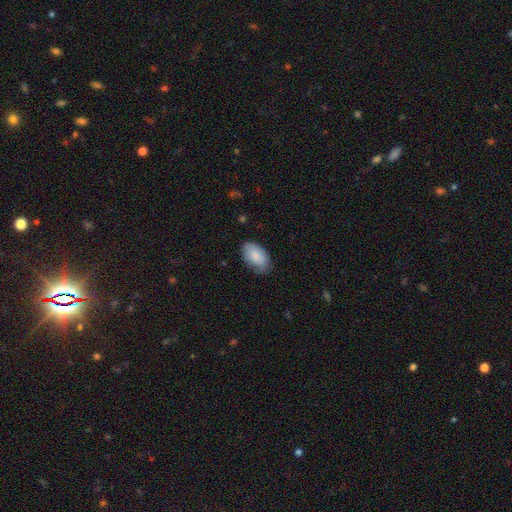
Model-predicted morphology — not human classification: type=smooth (84%); roundness=in between (94%); merging=none (74%).